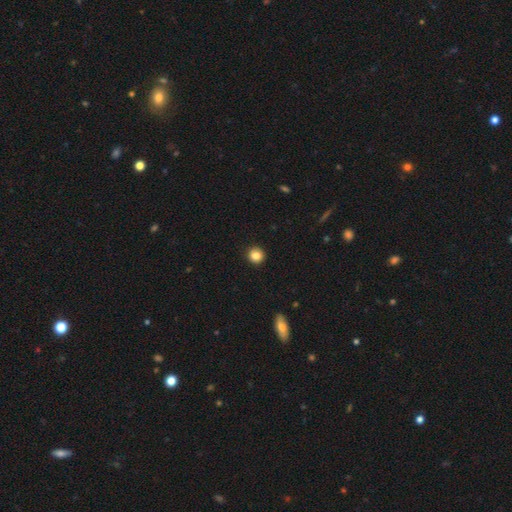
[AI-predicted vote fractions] This is clearly a smooth galaxy (85%). How rounded: clearly round (90%). Merging: clearly none (91%).